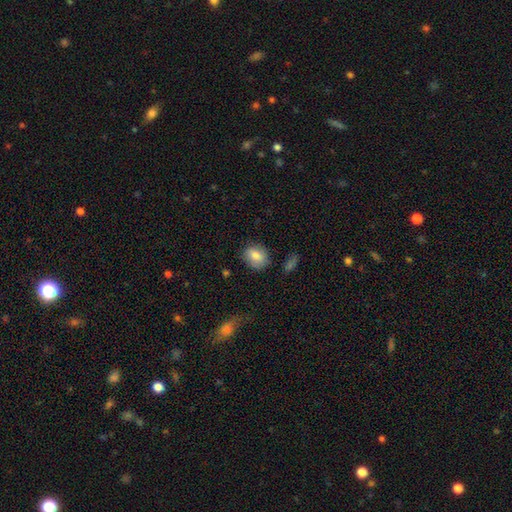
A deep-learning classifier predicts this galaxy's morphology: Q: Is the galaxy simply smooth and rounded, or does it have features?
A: smooth — 81%.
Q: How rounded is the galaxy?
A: round — 58%.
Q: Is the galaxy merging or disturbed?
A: none — 78%.